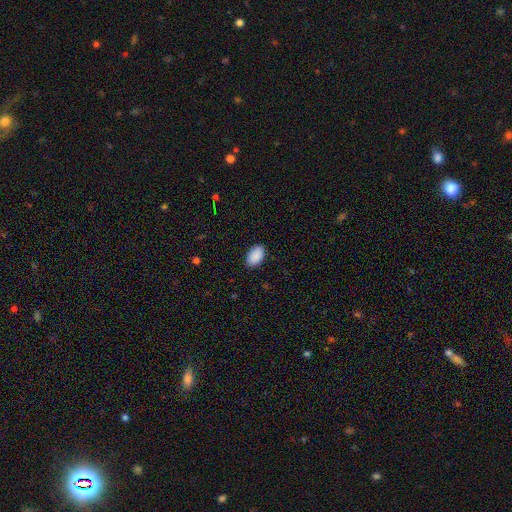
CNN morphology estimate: smooth 90%, star or artifact 7%, featured or disk 3%. Down the decision tree: how rounded — in between (92%); merging — none (87%).